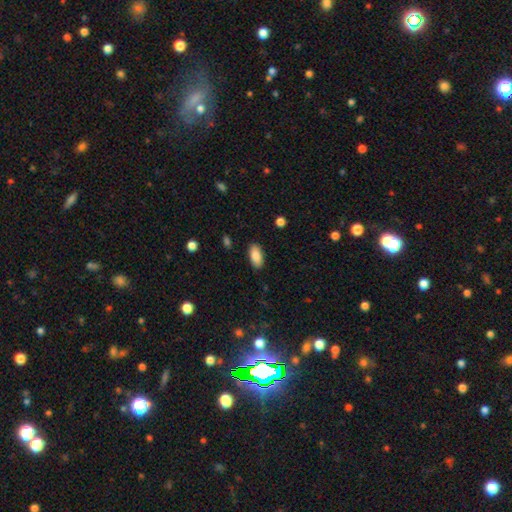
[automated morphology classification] smooth_or_featured: smooth (p=0.88) [alt: star or artifact p=0.07]
how_rounded: in between (p=0.92) [alt: cigar-shaped p=0.06]
merging: none (p=0.88) [alt: minor disturbance p=0.09]